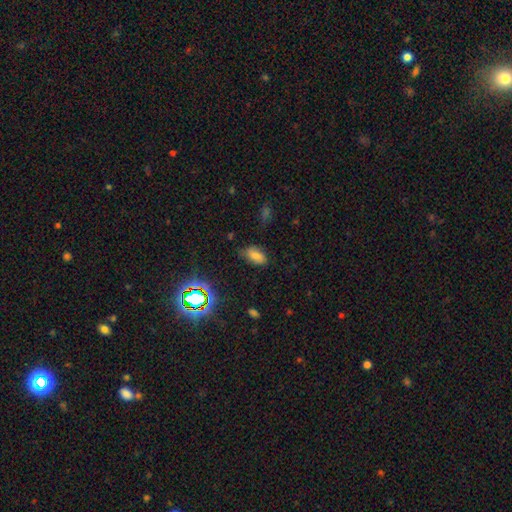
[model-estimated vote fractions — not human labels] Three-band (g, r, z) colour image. It shows a smooth galaxy with no disk features (73%) that is in between round and cigar-shaped (92%). Merging: none (68%).